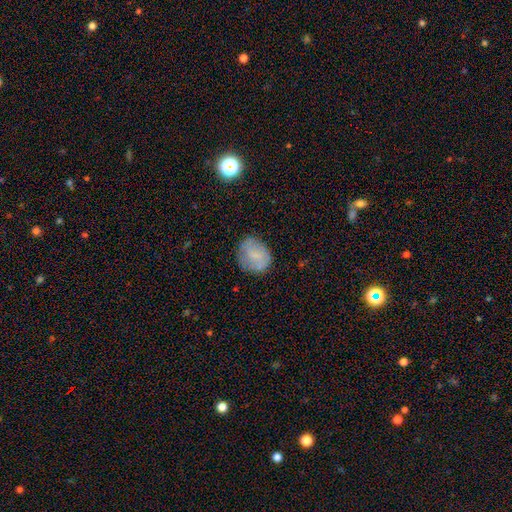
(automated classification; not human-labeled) Smooth or featured? Predicted: smooth (p=0.69). How rounded? Predicted: round (p=0.56). Merging? Predicted: none (p=0.71).